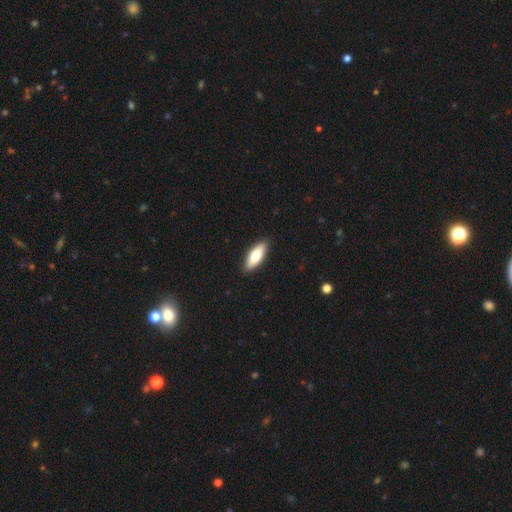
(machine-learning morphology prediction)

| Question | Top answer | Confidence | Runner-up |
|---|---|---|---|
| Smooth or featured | smooth | 73% | featured or disk (22%) |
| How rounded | in between | 67% | cigar-shaped (31%) |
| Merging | none | 89% | minor disturbance (8%) |